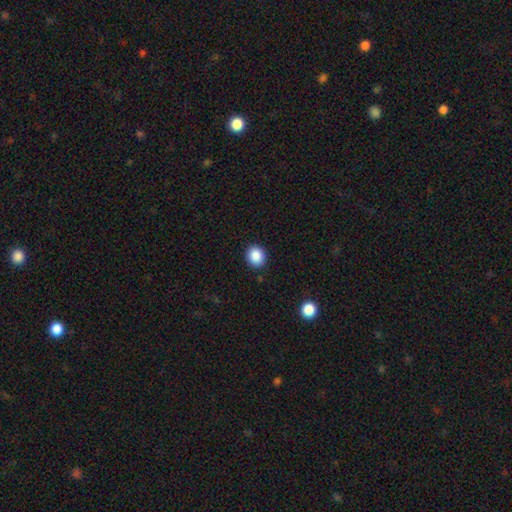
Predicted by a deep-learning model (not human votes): Smooth or featured? smooth (88%)
How rounded? round (75%)
Merging? none (90%)